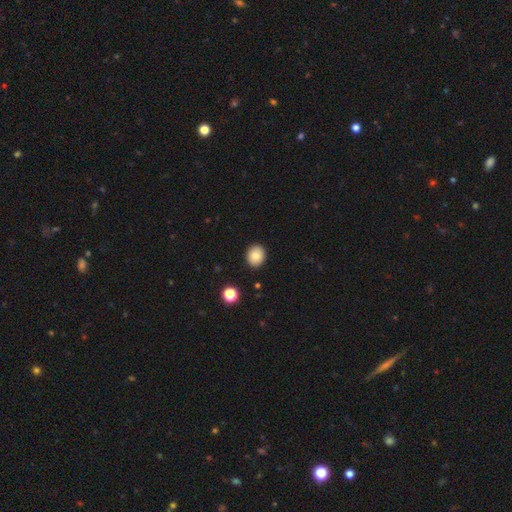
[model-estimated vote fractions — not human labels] Smooth or featured? Predicted: smooth (p=0.85). How rounded? Predicted: round (p=0.67). Merging? Predicted: none (p=0.90).